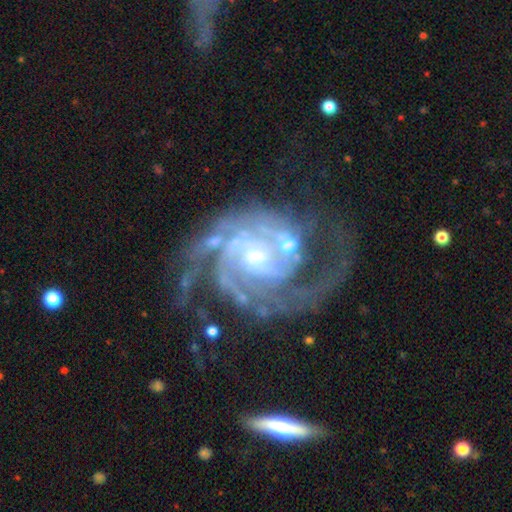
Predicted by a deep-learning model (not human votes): A featured or disk galaxy (92%) with no bar (64%), 2 (39%) tight (56%) spiral arms (98%) and a small central bulge (67%).

Vote fractions:
- Smooth or featured? featured or disk: 92% / star or artifact: 5% / smooth: 3%
- Edge-on disk? no: 98% / yes: 2%
- Bar? no: 64% / weak: 27% / strong: 10%
- Spiral arms? yes: 98% / no: 2%
- Spiral winding? tight: 56% / medium: 38% / loose: 7%
- Spiral arm count? 2: 39% / 3: 30% / can't tell: 10% / 4: 10% / more than 4: 6% / 1: 6%
- Bulge size? small: 67% / moderate: 26% / none: 3% / large: 3% / dominant: 1%
- Merging? none: 57% / minor disturbance: 19% / major disturbance: 17% / merger: 7%